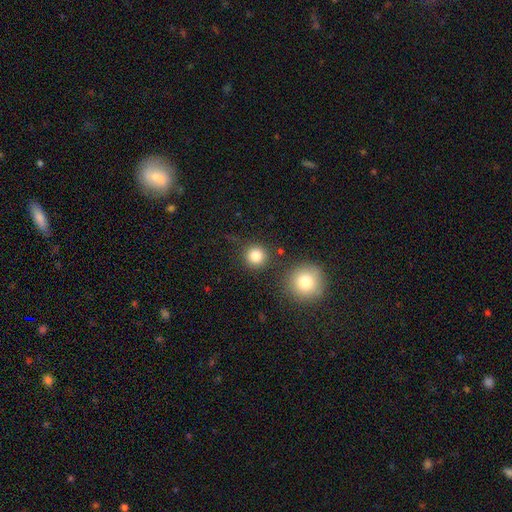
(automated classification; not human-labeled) Smooth or featured? smooth (82%)
How rounded? round (94%)
Merging? none (84%)